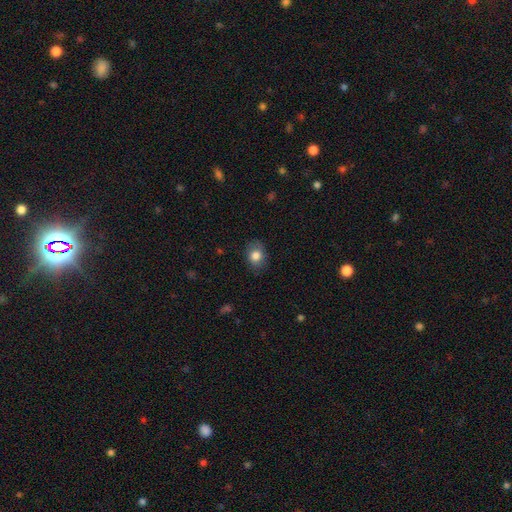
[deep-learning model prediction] smooth_or_featured: smooth (p=0.82) [alt: featured or disk p=0.10]
how_rounded: in between (p=0.56) [alt: round p=0.43]
merging: none (p=0.81) [alt: minor disturbance p=0.15]